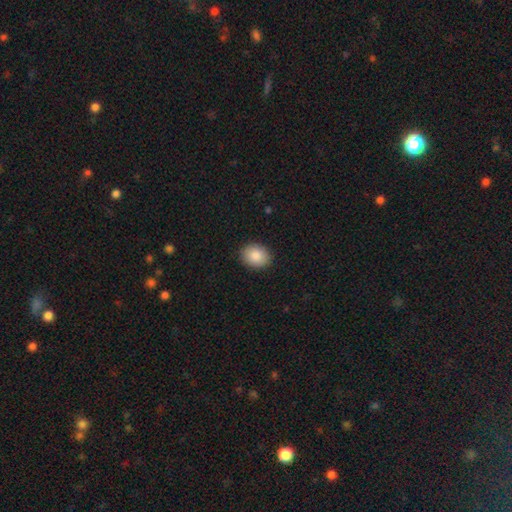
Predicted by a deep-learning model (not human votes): Q: Smooth or featured?
A: smooth (88%); runner-up: star or artifact (7%)
Q: How rounded?
A: in between (55%); runner-up: round (44%)
Q: Merging?
A: none (90%); runner-up: minor disturbance (7%)